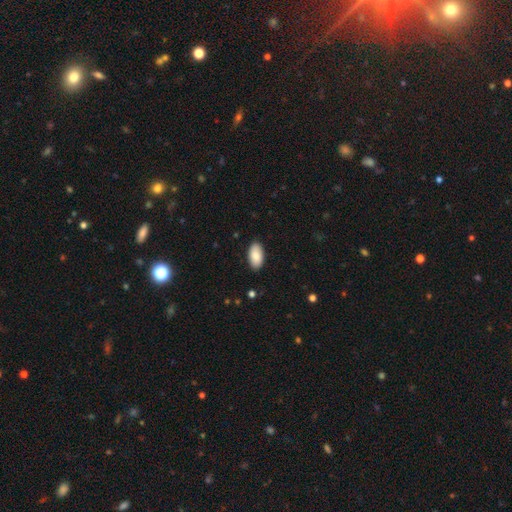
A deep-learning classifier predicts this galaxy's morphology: This appears to be a smooth galaxy with no disk features (87%) that is in between round and cigar-shaped (95%). Merging: none (88%).